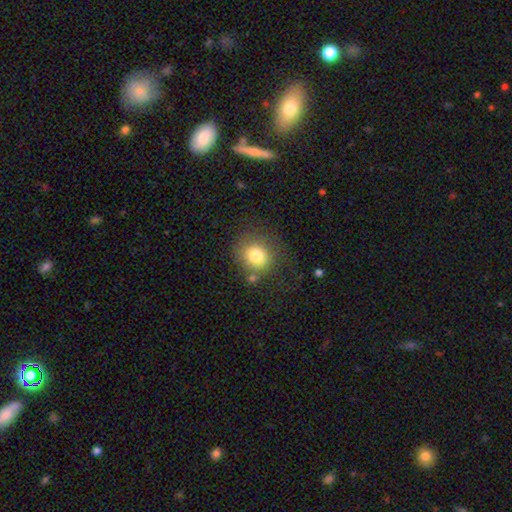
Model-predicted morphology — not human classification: smooth 79%, star or artifact 11%, featured or disk 10%. Down the decision tree: how rounded — round (82%); merging — none (71%).